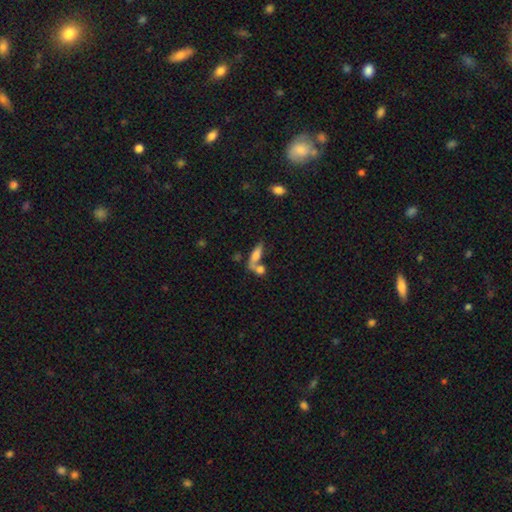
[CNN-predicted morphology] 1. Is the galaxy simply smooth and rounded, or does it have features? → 61% smooth, 29% featured or disk, 10% star or artifact.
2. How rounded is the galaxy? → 48% cigar-shaped, 46% in between, 5% round.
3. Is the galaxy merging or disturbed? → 44% merger, 38% none, 11% minor disturbance, 7% major disturbance.